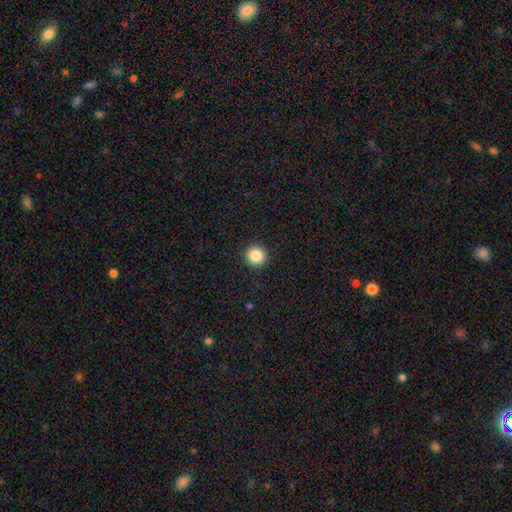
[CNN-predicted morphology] Smooth or featured?
  - smooth: 86% *
  - star or artifact: 10%
  - featured or disk: 4%
How rounded?
  - round: 95% *
  - in between: 4%
  - cigar-shaped: 1%
Merging?
  - none: 93% *
  - minor disturbance: 5%
  - major disturbance: 2%
  - merger: 1%